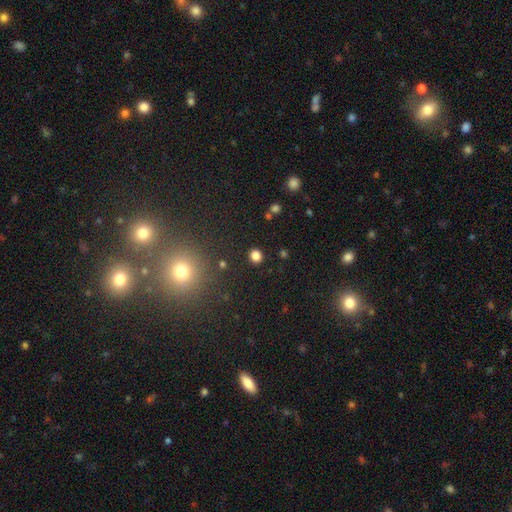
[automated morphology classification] Smooth or featured?
  - smooth: 82% *
  - star or artifact: 14%
  - featured or disk: 4%
How rounded?
  - round: 81% *
  - in between: 18%
  - cigar-shaped: 1%
Merging?
  - none: 90% *
  - minor disturbance: 6%
  - major disturbance: 2%
  - merger: 2%